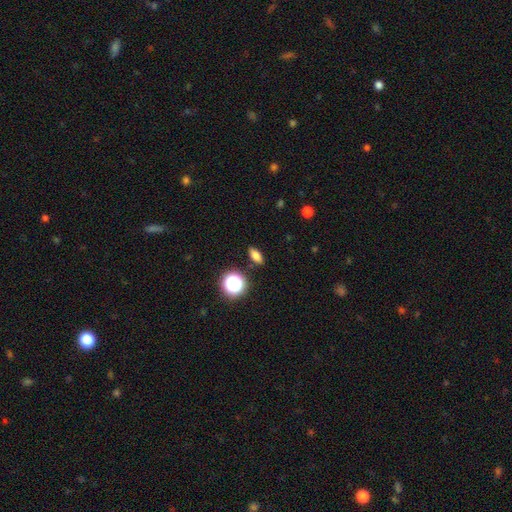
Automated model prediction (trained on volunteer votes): smooth-or-featured: smooth: 75% | star or artifact: 14% | featured or disk: 11%
  how-rounded: in between: 73% | cigar-shaped: 14% | round: 13%
  merging: none: 88% | minor disturbance: 8% | major disturbance: 2% | merger: 2%